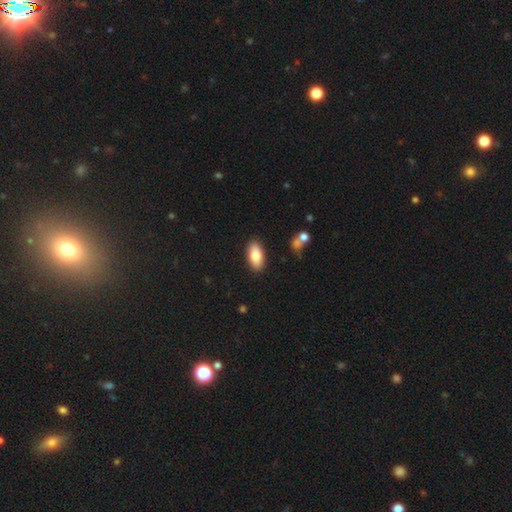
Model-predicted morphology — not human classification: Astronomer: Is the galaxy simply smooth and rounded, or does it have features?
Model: smooth — 81%.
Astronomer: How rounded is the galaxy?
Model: in between — 89%.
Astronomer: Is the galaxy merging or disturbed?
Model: none — 88%.